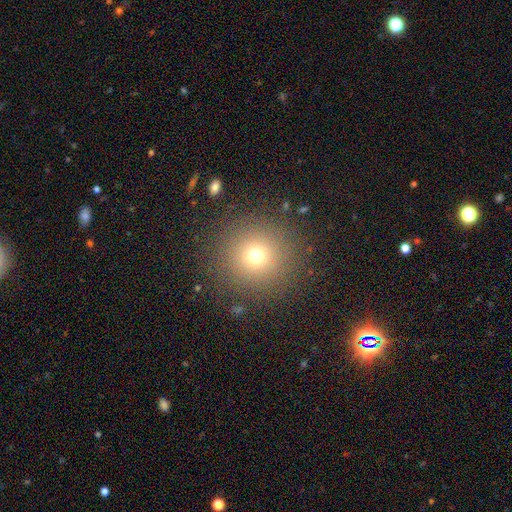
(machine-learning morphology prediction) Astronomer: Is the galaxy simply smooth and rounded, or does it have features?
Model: smooth — 70%.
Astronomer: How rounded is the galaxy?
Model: round — 95%.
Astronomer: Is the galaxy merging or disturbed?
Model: none — 89%.